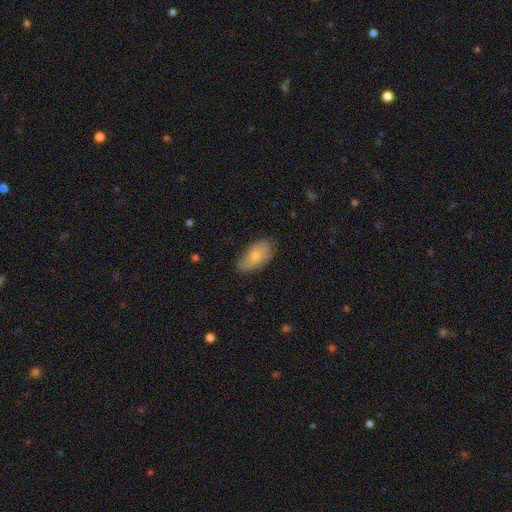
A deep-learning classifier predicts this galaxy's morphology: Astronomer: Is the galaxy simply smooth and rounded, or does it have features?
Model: smooth — 68%.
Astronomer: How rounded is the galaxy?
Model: in between — 93%.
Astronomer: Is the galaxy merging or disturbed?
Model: none — 71%.